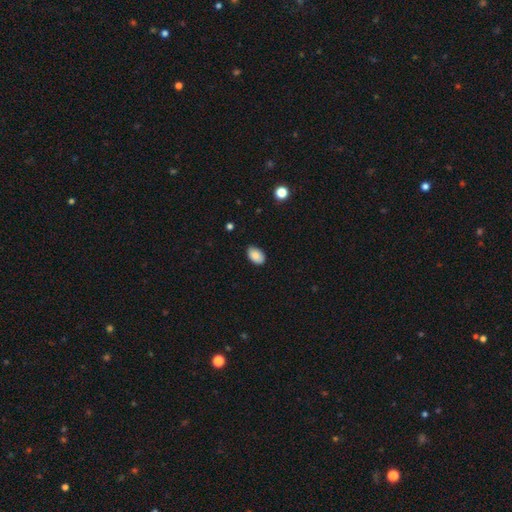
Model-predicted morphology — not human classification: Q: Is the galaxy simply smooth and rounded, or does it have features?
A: smooth — 87%.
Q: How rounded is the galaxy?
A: in between — 91%.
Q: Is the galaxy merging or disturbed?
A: none — 85%.